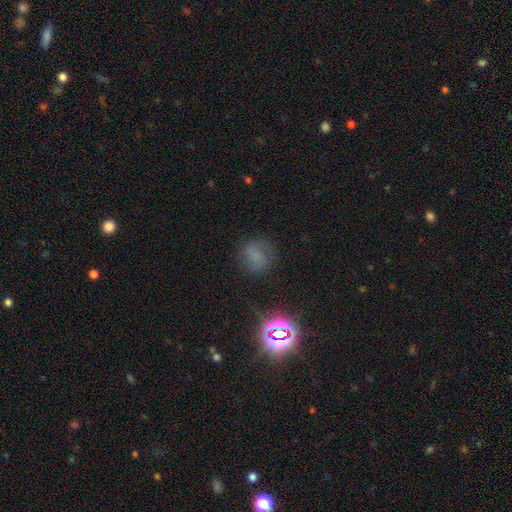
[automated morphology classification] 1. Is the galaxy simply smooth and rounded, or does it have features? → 55% smooth, 27% star or artifact, 18% featured or disk.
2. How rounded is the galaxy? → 70% round, 28% in between, 2% cigar-shaped.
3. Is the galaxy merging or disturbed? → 72% none, 17% minor disturbance, 8% major disturbance, 2% merger.